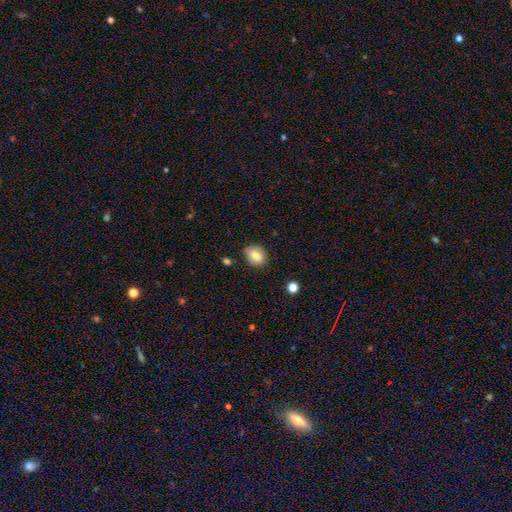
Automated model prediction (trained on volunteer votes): This is likely a smooth galaxy (80%). How rounded: possibly in between (57%). Merging: clearly none (81%).